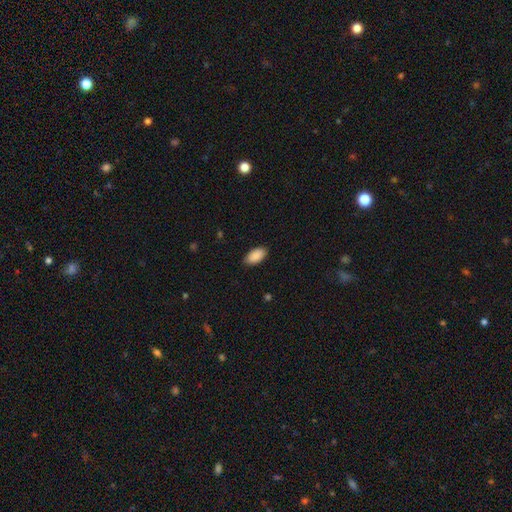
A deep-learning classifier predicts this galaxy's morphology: smooth 90%, star or artifact 6%, featured or disk 3%. Down the decision tree: how rounded — in between (95%); merging — none (86%).